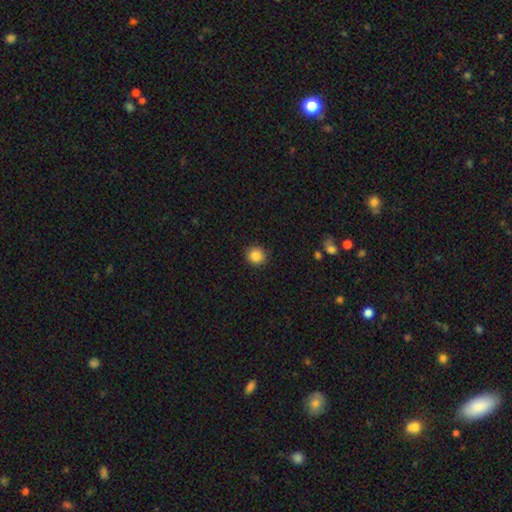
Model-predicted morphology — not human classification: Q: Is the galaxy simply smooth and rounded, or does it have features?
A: smooth — 87%.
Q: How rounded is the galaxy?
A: round — 91%.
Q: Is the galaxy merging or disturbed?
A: none — 91%.